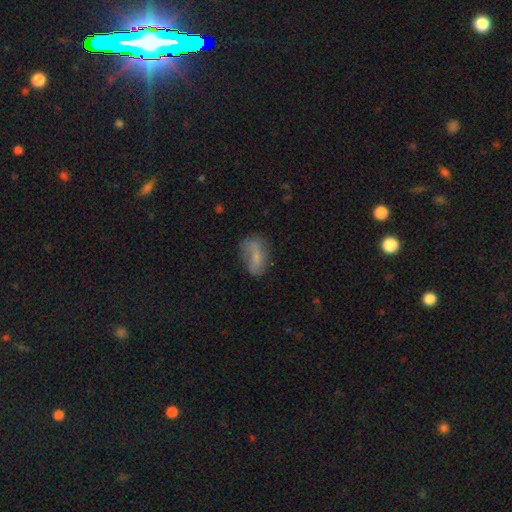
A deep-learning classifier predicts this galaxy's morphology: Smooth or featured: smooth — 56% (featured or disk — 34%)
How rounded: in between — 84% (round — 8%)
Merging: none — 48% (minor disturbance — 29%)